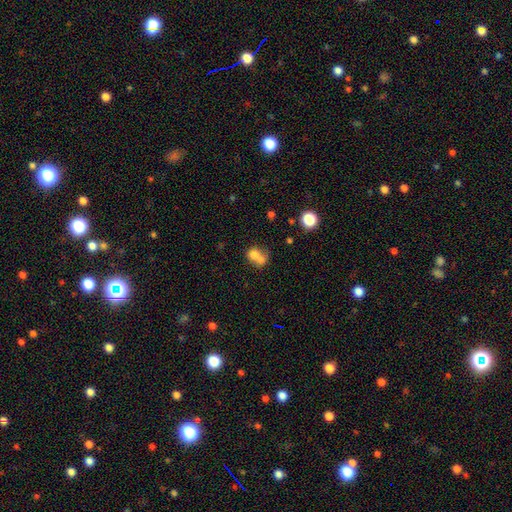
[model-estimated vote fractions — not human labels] Smooth or featured? smooth (72%)
How rounded? round (64%)
Merging? merger (65%)